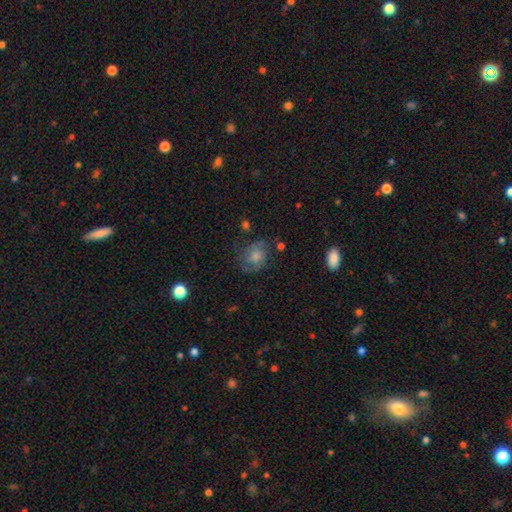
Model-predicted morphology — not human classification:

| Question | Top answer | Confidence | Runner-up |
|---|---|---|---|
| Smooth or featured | featured or disk | 58% | smooth (26%) |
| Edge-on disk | no | 97% | yes (3%) |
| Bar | no | 69% | weak (27%) |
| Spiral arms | yes | 88% | no (12%) |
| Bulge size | moderate | 51% | small (28%) |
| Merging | none | 72% | minor disturbance (17%) |